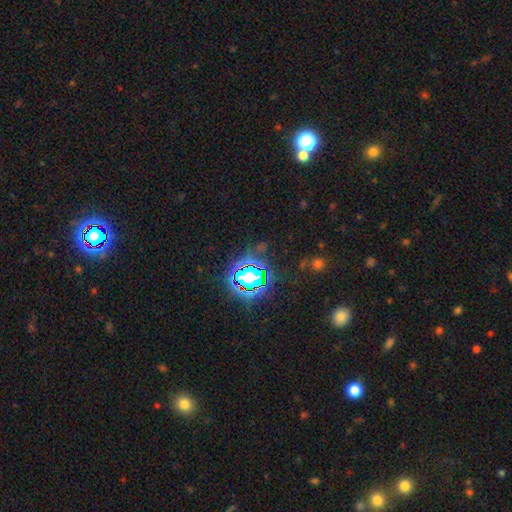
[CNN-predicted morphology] Smooth or featured? star or artifact (78%)